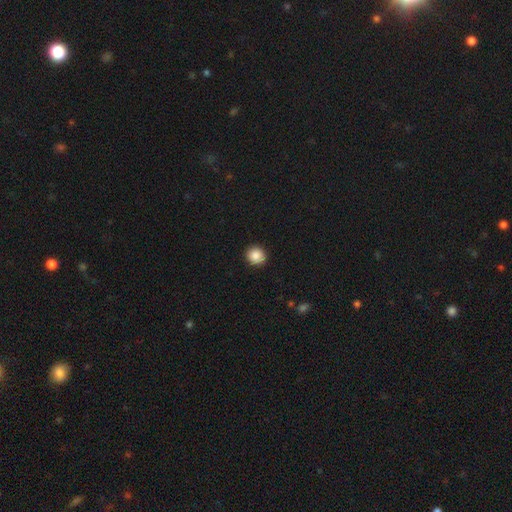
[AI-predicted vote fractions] This appears to be a smooth galaxy with no disk features (88%) that is round (90%). Merging: none (90%).